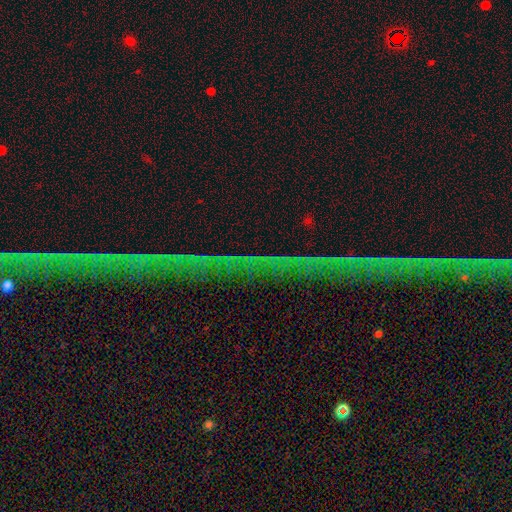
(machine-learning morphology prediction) A star or artifact, not a galaxy (76%).